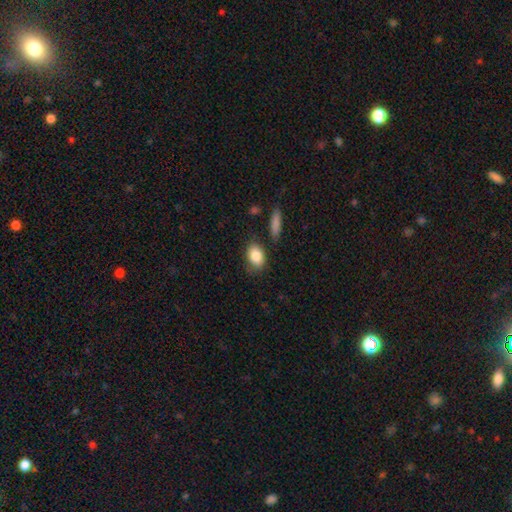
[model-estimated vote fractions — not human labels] Q: Smooth or featured?
A: smooth (86%); runner-up: featured or disk (7%)
Q: How rounded?
A: in between (83%); runner-up: round (15%)
Q: Merging?
A: none (74%); runner-up: minor disturbance (17%)